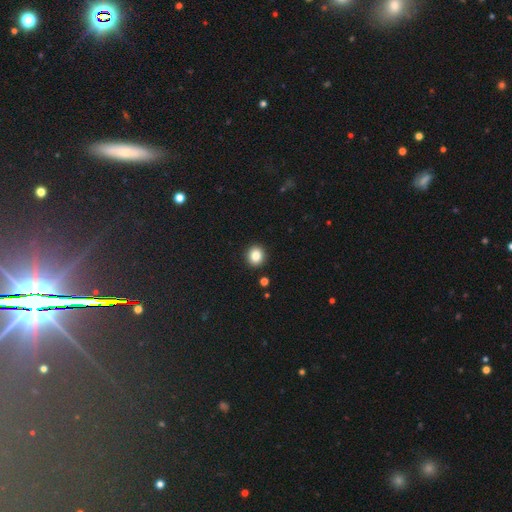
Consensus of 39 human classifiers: smooth_or_featured: smooth (p=0.87) [alt: featured or disk p=0.10]
how_rounded: round (p=0.76) [alt: in between p=0.24]
merging: none (p=0.89) [alt: major disturbance p=0.05]